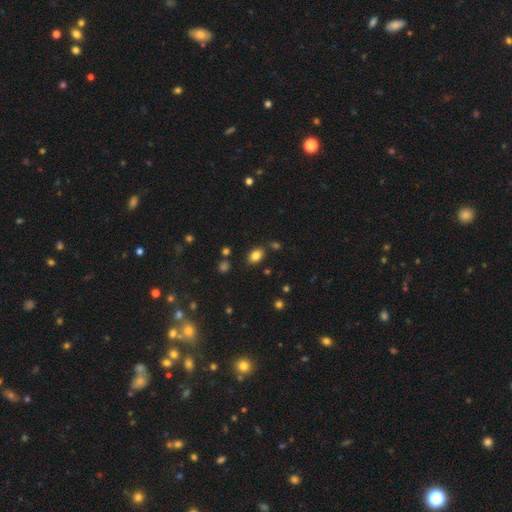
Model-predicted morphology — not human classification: smooth-or-featured: smooth: 82% | star or artifact: 10% | featured or disk: 7%
  how-rounded: in between: 84% | round: 15% | cigar-shaped: 1%
  merging: none: 82% | minor disturbance: 11% | merger: 4% | major disturbance: 3%